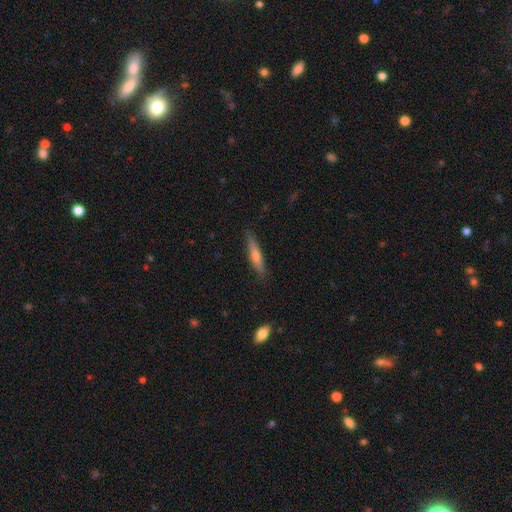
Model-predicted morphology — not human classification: A smooth galaxy with no disk features (52%) that is cigar-shaped (88%). Merging: none (87%).